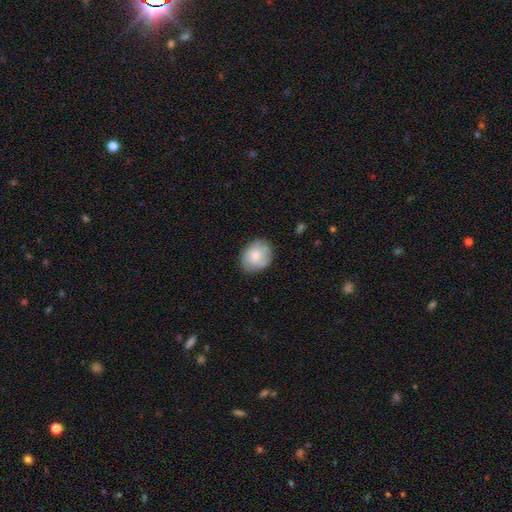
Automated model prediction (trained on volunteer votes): Overall: smooth (63%; featured or disk 30%). How rounded: round (60%; in between 39%). Merging: none (74%).